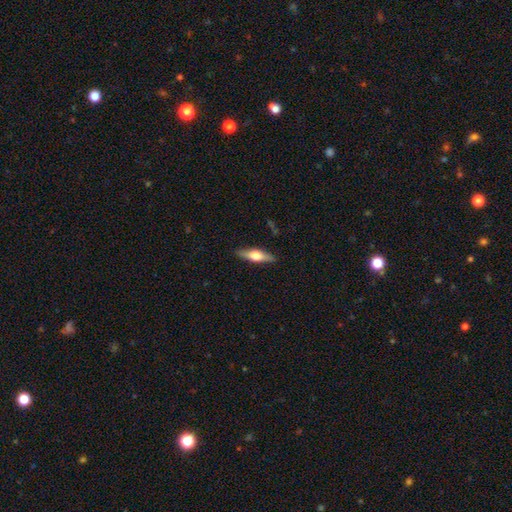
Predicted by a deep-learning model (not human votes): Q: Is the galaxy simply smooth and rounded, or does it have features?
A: featured or disk — 54%.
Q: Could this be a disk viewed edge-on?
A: yes — 94%.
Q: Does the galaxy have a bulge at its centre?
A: rounded — 92%.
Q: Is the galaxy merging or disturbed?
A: none — 89%.